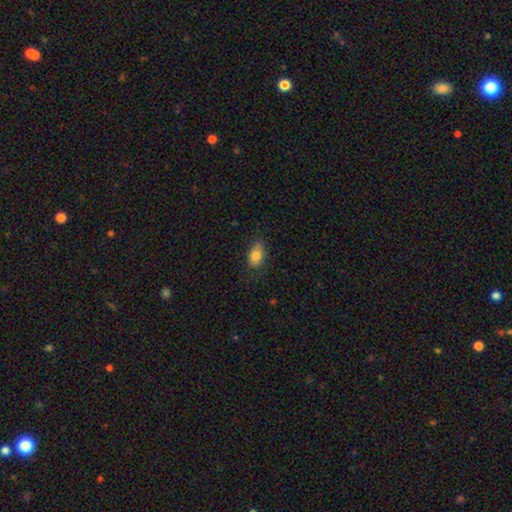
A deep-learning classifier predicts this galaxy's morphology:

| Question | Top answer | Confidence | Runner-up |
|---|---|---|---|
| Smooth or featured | smooth | 81% | featured or disk (11%) |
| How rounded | in between | 85% | round (12%) |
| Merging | none | 68% | minor disturbance (25%) |